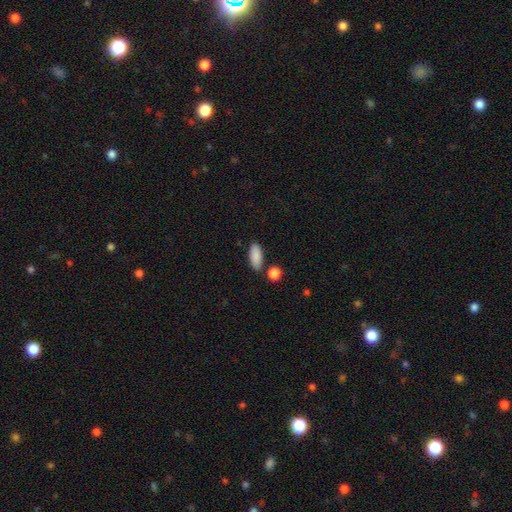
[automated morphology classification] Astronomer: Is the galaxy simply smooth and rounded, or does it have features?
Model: smooth — 89%.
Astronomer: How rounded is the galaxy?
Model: in between — 80%.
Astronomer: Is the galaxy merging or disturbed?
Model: none — 81%.